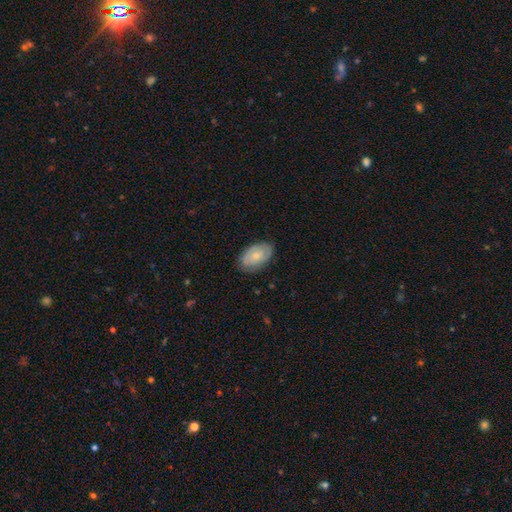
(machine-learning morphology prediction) This appears to be a featured or disk galaxy (48%). Merging: none (77%).